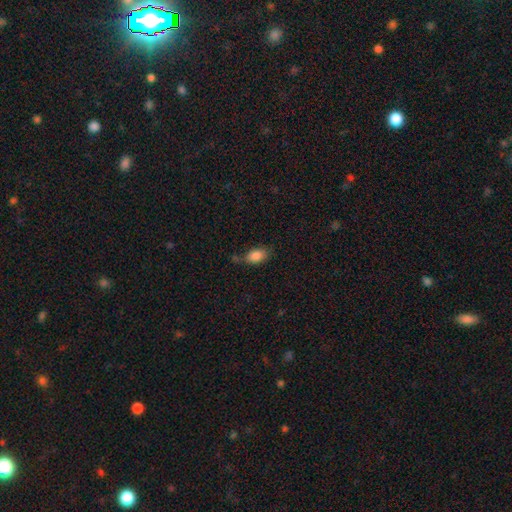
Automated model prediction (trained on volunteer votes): A smooth galaxy with no disk features (86%) that is in between round and cigar-shaped (89%). Merging: none (59%).